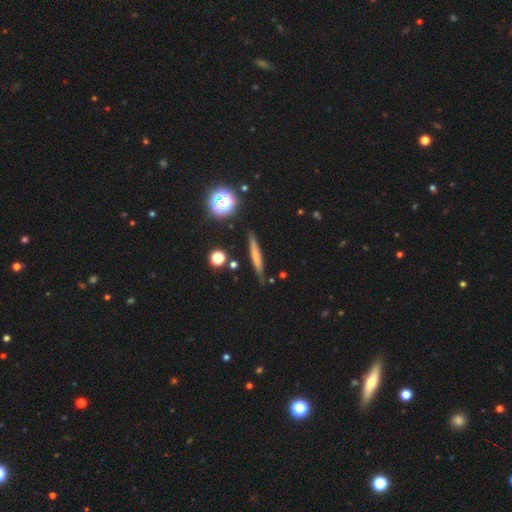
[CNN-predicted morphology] Smooth or featured: smooth — 57% (featured or disk — 33%)
How rounded: cigar-shaped — 90% (in between — 6%)
Merging: none — 83% (minor disturbance — 12%)